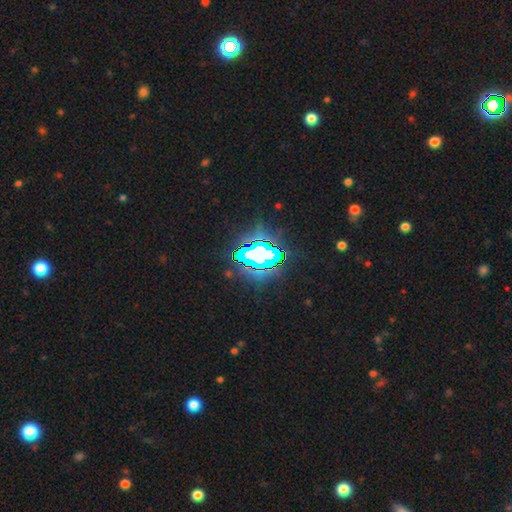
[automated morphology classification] The model was most divided on "smooth or featured": star or artifact: 76%, smooth: 12%, featured or disk: 12%.